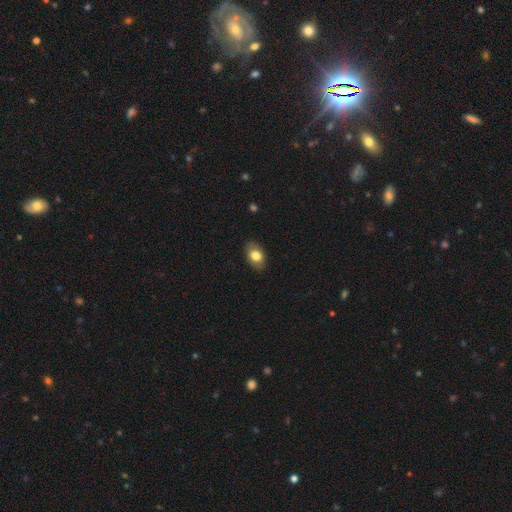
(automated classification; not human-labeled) Smooth or featured: smooth — 78% (featured or disk — 14%)
How rounded: in between — 85% (round — 13%)
Merging: none — 84% (minor disturbance — 12%)